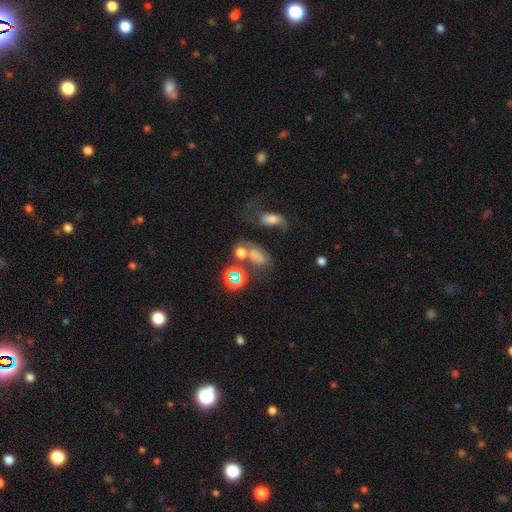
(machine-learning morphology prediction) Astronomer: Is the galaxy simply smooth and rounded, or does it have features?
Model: smooth — 54%.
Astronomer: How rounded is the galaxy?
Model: in between — 72%.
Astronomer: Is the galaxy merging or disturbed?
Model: merger — 33%, tied with none at 33%.